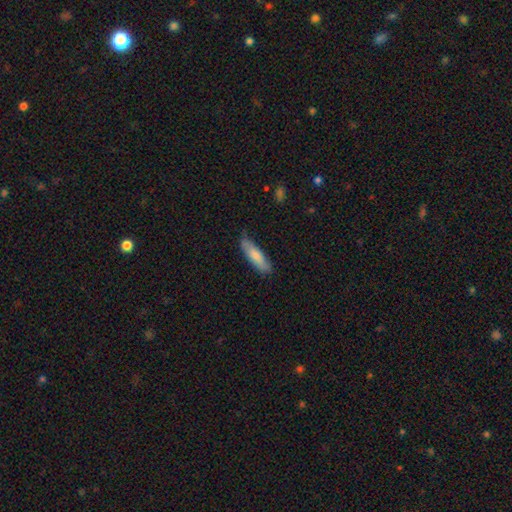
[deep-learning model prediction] This appears to be a smooth galaxy with no disk features (78%) that is cigar-shaped (60%). Merging: none (75%).